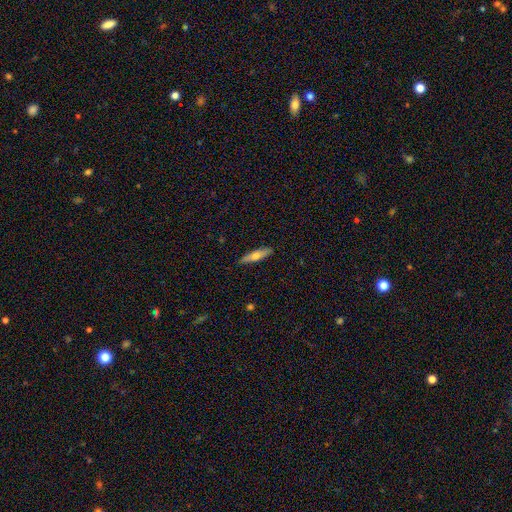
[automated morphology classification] Overall: smooth (59%; featured or disk 34%). How rounded: cigar-shaped (78%). Merging: none (88%).